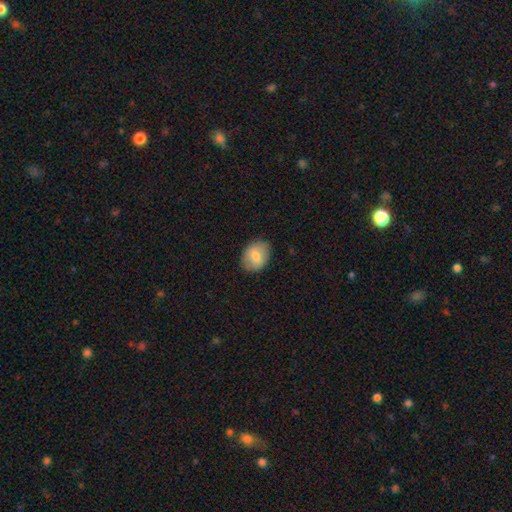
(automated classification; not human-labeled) Smooth or featured?
  - smooth: 74% *
  - featured or disk: 19%
  - star or artifact: 7%
How rounded?
  - in between: 60% *
  - round: 39%
  - cigar-shaped: 1%
Merging?
  - none: 85% *
  - minor disturbance: 11%
  - major disturbance: 3%
  - merger: 1%